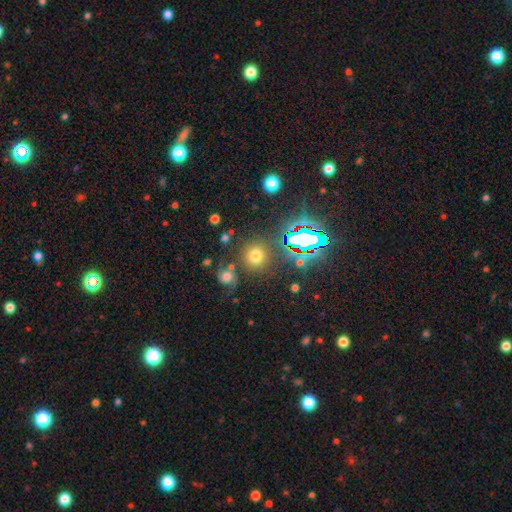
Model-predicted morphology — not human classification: Overall: smooth (63%; star or artifact 28%). How rounded: round (90%). Merging: none (80%).